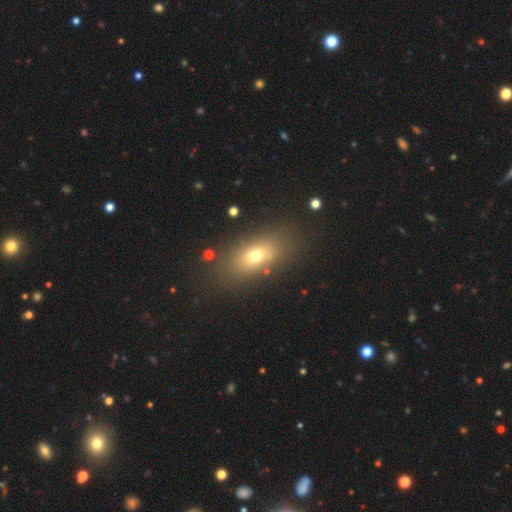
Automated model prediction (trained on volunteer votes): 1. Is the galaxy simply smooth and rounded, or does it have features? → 67% smooth, 19% featured or disk, 14% star or artifact.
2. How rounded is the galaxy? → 76% in between, 15% round, 9% cigar-shaped.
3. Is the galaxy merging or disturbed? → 80% none, 11% minor disturbance, 6% major disturbance, 3% merger.